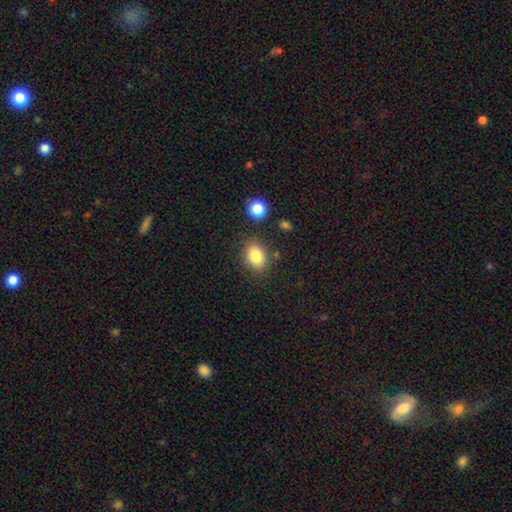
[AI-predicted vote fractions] A smooth galaxy with no disk features (83%) that is in between round and cigar-shaped (65%). Merging: none (79%).